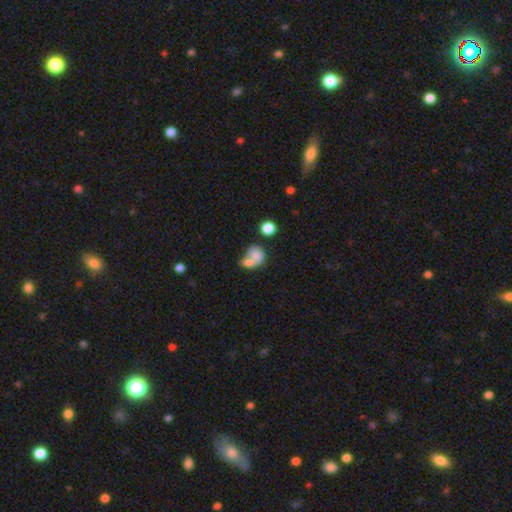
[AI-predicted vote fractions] A smooth galaxy with no disk features (74%) that is round (50%). Merging: merger (60%).